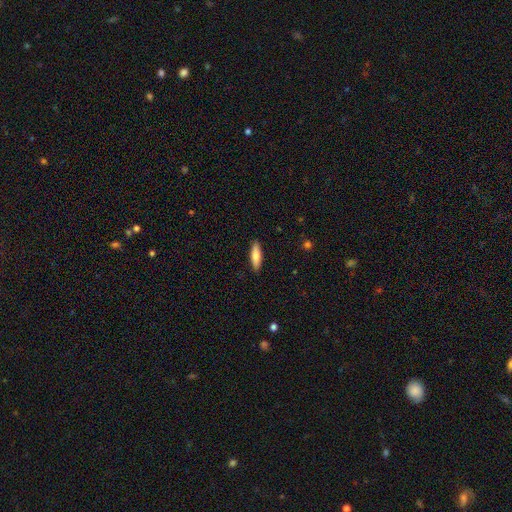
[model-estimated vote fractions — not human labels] This appears to be a smooth galaxy with no disk features (74%) that is cigar-shaped (65%). Merging: none (90%).